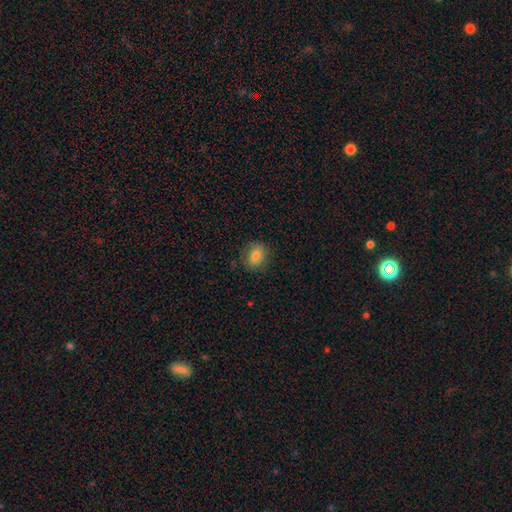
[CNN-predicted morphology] Q: Smooth or featured?
A: smooth (78%); runner-up: featured or disk (13%)
Q: How rounded?
A: round (52%); runner-up: in between (47%)
Q: Merging?
A: none (81%); runner-up: minor disturbance (14%)